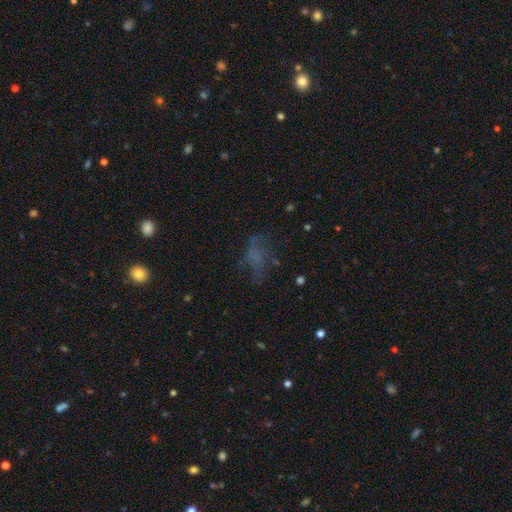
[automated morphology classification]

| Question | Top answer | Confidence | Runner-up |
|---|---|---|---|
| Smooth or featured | smooth | 40% | featured or disk (33%) |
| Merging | none | 50% | major disturbance (27%) |